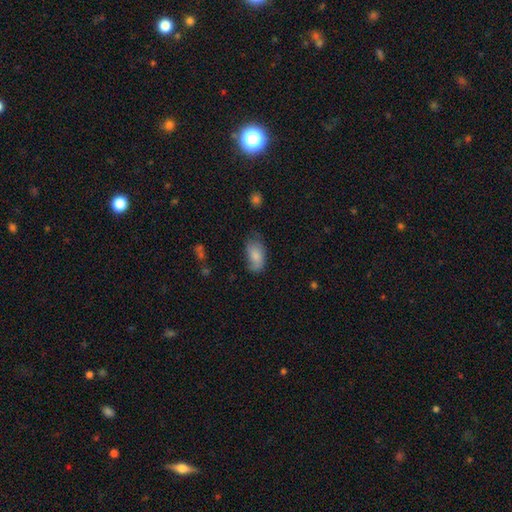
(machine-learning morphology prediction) Q: Smooth or featured?
A: smooth (77%); runner-up: featured or disk (16%)
Q: How rounded?
A: in between (93%); runner-up: round (5%)
Q: Merging?
A: none (50%); runner-up: minor disturbance (35%)